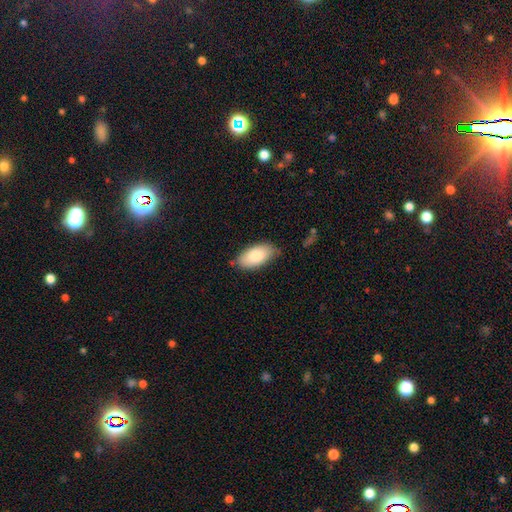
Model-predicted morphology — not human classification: Q: Smooth or featured?
A: smooth (83%); runner-up: featured or disk (11%)
Q: How rounded?
A: in between (94%); runner-up: cigar-shaped (4%)
Q: Merging?
A: none (73%); runner-up: minor disturbance (21%)